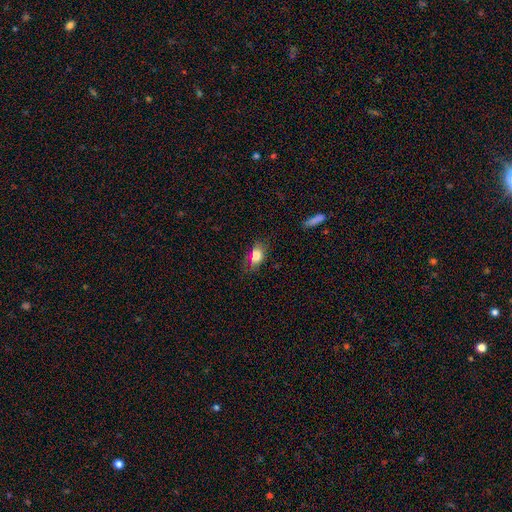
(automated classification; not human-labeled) This is likely a smooth galaxy (79%). How rounded: clearly in between (82%). Merging: likely none (70%).